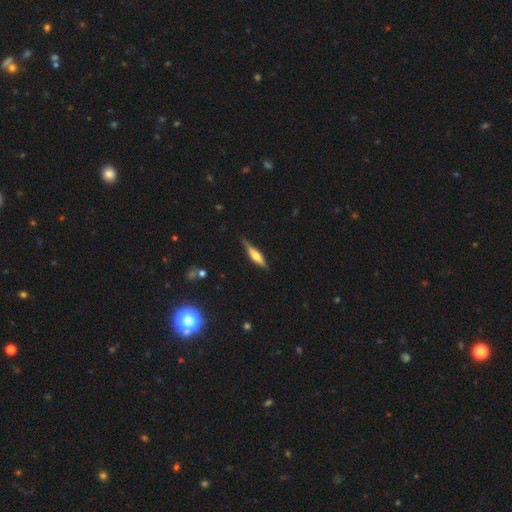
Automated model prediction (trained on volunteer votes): smooth_or_featured: featured or disk (p=0.58) [alt: smooth p=0.36]
disk_edge_on: yes (p=0.95) [alt: no p=0.05]
edge_on_bulge: rounded (p=0.83) [alt: boxy p=0.13]
merging: none (p=0.79) [alt: minor disturbance p=0.16]